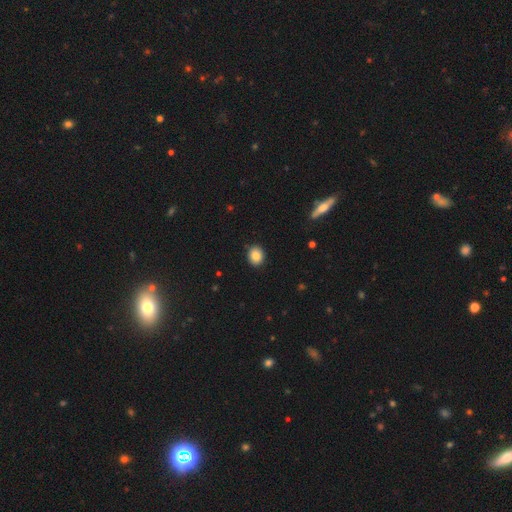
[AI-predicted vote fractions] smooth-or-featured: smooth: 85% | star or artifact: 9% | featured or disk: 6%
  how-rounded: round: 64% | in between: 35% | cigar-shaped: 1%
  merging: none: 90% | minor disturbance: 7% | major disturbance: 2% | merger: 1%